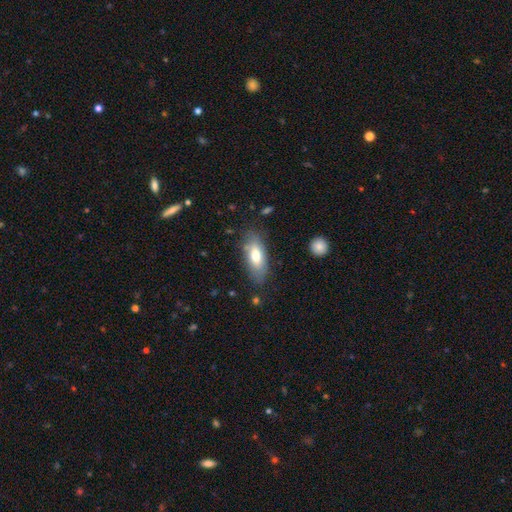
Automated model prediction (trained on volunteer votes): This appears to be a smooth galaxy with no disk features (71%) that is in between round and cigar-shaped (79%). Merging: none (79%).